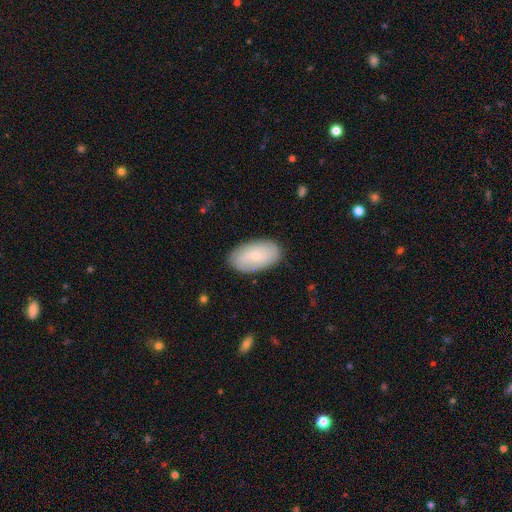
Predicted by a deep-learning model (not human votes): This appears to be a smooth galaxy with no disk features (62%) that is in between round and cigar-shaped (95%). Merging: none (86%).